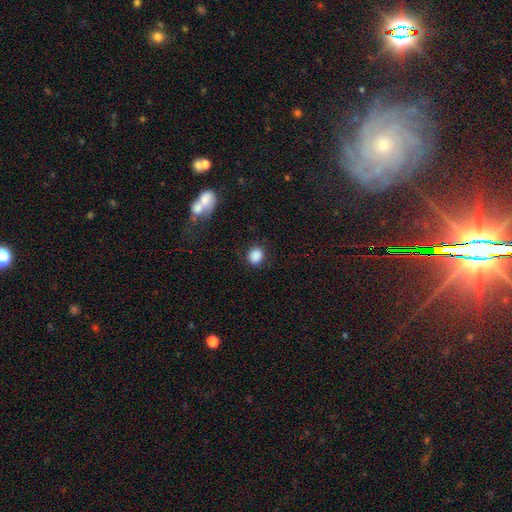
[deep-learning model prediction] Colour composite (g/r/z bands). It shows a smooth galaxy with no disk features (86%) that is round (62%). Merging: none (81%).